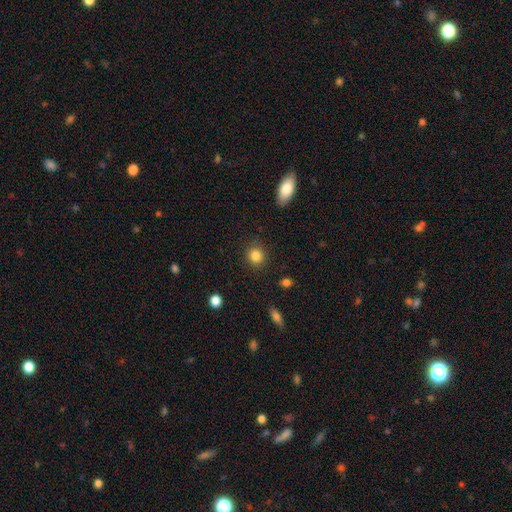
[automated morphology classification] Smooth or featured?
  - smooth: 85% *
  - star or artifact: 10%
  - featured or disk: 5%
How rounded?
  - round: 87% *
  - in between: 12%
  - cigar-shaped: 1%
Merging?
  - none: 89% *
  - minor disturbance: 7%
  - major disturbance: 3%
  - merger: 1%